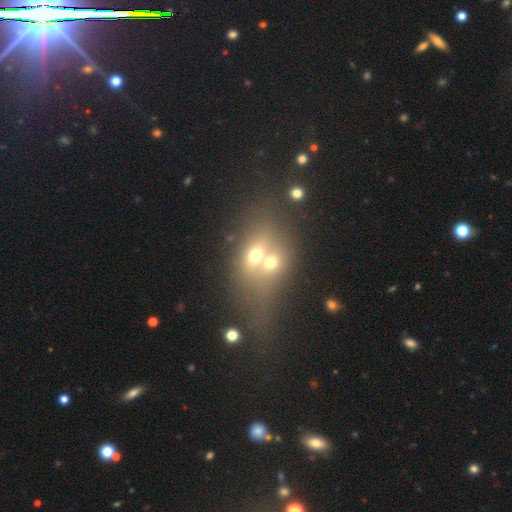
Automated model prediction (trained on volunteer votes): Smooth or featured: smooth — 58% (featured or disk — 27%)
How rounded: in between — 60% (round — 37%)
Merging: merger — 70% (none — 18%)